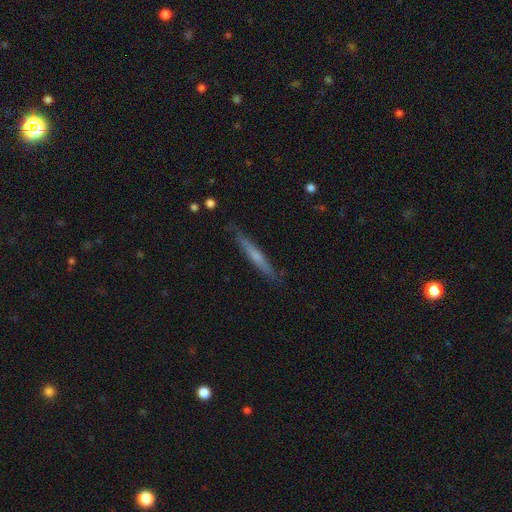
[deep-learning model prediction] A smooth galaxy with no disk features (47%, tied with featured or disk).

Vote fractions:
- Smooth or featured? smooth: 47% (tied) / featured or disk: 47% (tied) / star or artifact: 6%
- Merging? none: 86% / minor disturbance: 10% / major disturbance: 2% / merger: 1%